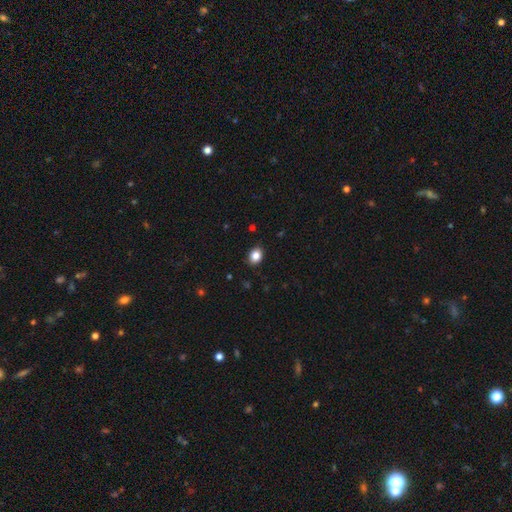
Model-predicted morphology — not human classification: A smooth galaxy with no disk features (86%) that is in between round and cigar-shaped (55%).

Vote fractions:
- Smooth or featured? smooth: 86% / star or artifact: 10% / featured or disk: 5%
- How rounded? in between: 55% / round: 44% / cigar-shaped: 1%
- Merging? none: 89% / minor disturbance: 8% / major disturbance: 2% / merger: 1%